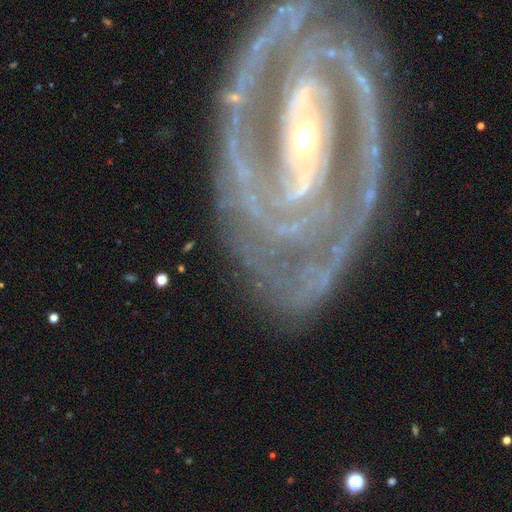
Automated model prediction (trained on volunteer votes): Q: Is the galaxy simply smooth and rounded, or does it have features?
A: featured or disk — 90%.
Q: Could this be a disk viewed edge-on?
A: no — 96%.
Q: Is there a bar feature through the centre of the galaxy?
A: strong — 49%.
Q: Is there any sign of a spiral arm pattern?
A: yes — 95%.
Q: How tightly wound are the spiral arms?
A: tight — 54%.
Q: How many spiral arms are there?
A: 2 — 67%.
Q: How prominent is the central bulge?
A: moderate — 50%.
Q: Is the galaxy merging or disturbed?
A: none — 74%.